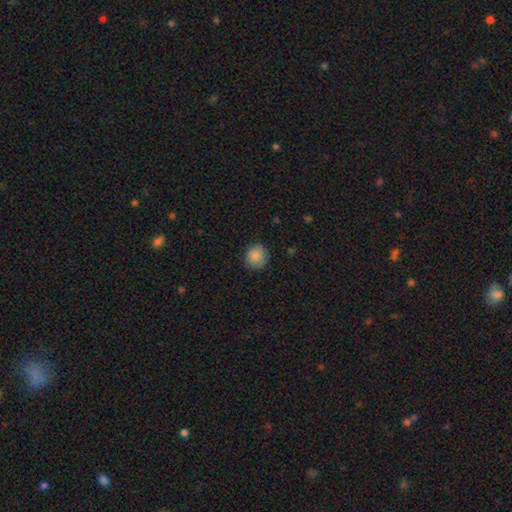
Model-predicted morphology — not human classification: smooth 88%, star or artifact 8%, featured or disk 4%. Down the decision tree: how rounded — round (85%); merging — none (85%).